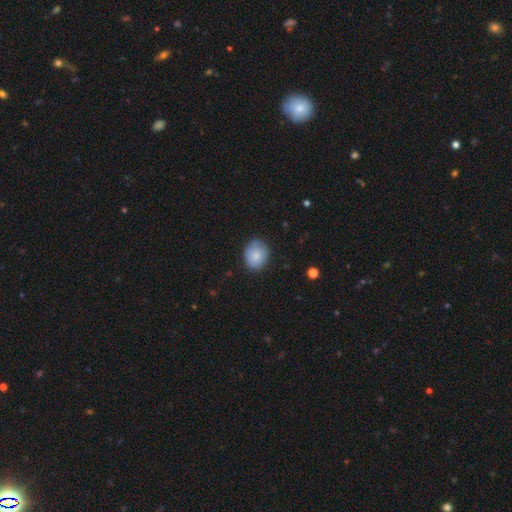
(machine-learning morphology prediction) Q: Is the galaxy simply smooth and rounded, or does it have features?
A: smooth — 79%.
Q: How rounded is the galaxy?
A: round — 65%.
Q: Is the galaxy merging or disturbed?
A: none — 75%.